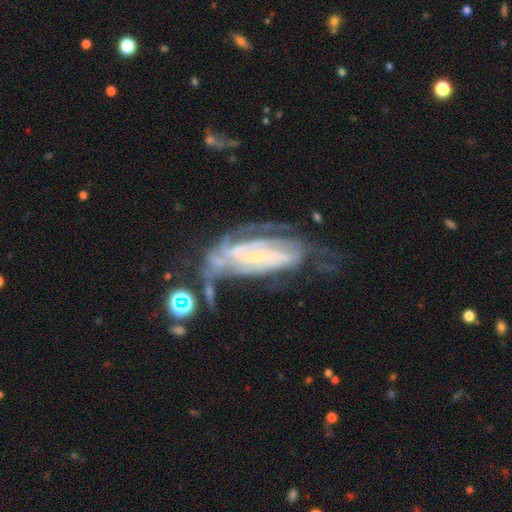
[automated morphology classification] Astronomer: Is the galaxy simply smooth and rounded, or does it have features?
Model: featured or disk — 82%.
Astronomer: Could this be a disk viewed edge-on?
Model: no — 90%.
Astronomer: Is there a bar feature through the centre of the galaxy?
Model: no — 36% (runner-up: weak, 35%).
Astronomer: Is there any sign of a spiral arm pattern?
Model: yes — 91%.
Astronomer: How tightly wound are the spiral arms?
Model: tight — 58%.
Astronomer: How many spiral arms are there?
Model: can't tell — 38% (runner-up: 2, 30%).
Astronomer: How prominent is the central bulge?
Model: small — 63%.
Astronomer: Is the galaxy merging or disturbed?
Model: none — 40% (runner-up: major disturbance, 27%).